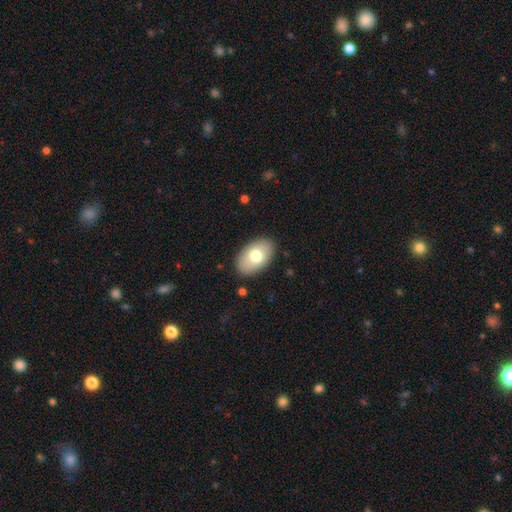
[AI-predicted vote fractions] A smooth galaxy with no disk features (73%) that is in between round and cigar-shaped (92%).

Vote fractions:
- Smooth or featured? smooth: 73% / featured or disk: 21% / star or artifact: 7%
- How rounded? in between: 92% / round: 7% / cigar-shaped: 1%
- Merging? none: 87% / minor disturbance: 9% / major disturbance: 2% / merger: 1%